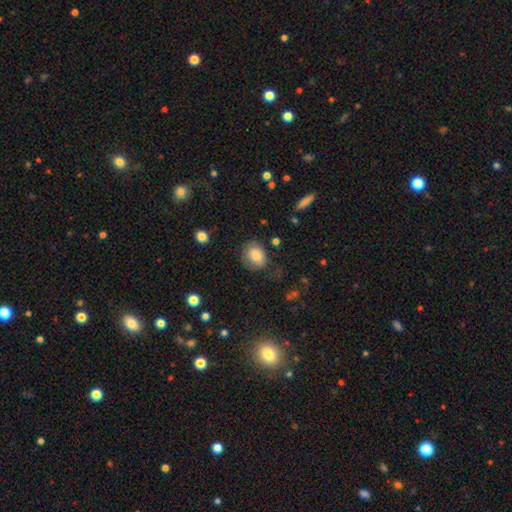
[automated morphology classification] Q: Smooth or featured?
A: smooth (81%); runner-up: featured or disk (10%)
Q: How rounded?
A: in between (57%); runner-up: round (42%)
Q: Merging?
A: none (70%); runner-up: minor disturbance (20%)